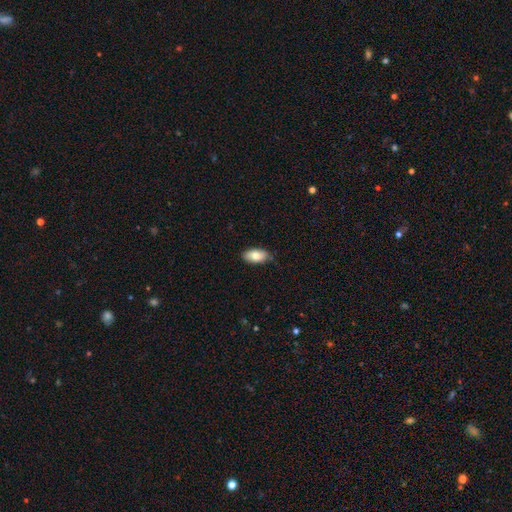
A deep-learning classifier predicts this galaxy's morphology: Q: Smooth or featured?
A: smooth (78%); runner-up: featured or disk (15%)
Q: How rounded?
A: in between (93%); runner-up: round (4%)
Q: Merging?
A: none (80%); runner-up: minor disturbance (17%)